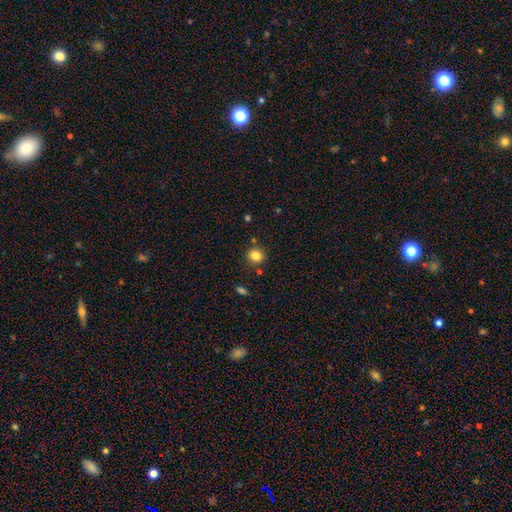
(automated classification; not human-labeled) Smooth or featured? Predicted: smooth (p=0.83). How rounded? Predicted: round (p=0.81). Merging? Predicted: none (p=0.84).